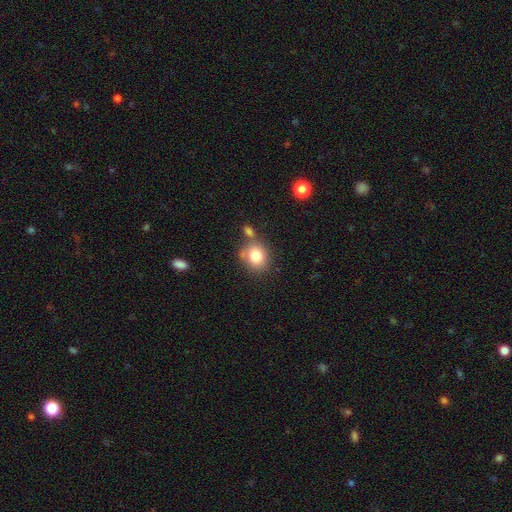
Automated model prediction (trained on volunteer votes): This appears to be a smooth galaxy with no disk features (80%) that is round (74%). Merging: none (63%).